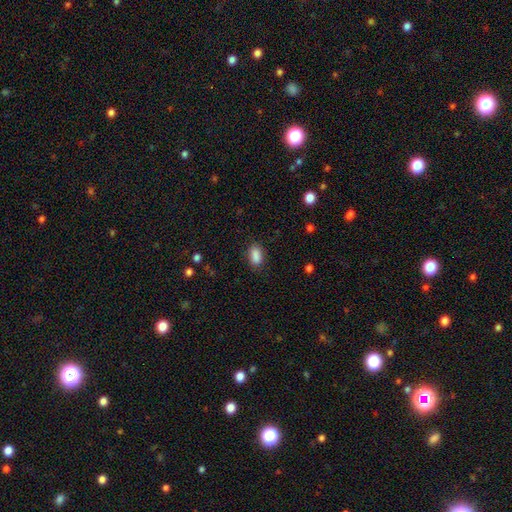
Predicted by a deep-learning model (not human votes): The model was most divided on "merging": none: 85%, minor disturbance: 11%, major disturbance: 3%, merger: 1%. More confident: how rounded — in between (89%); smooth or featured — smooth (88%).